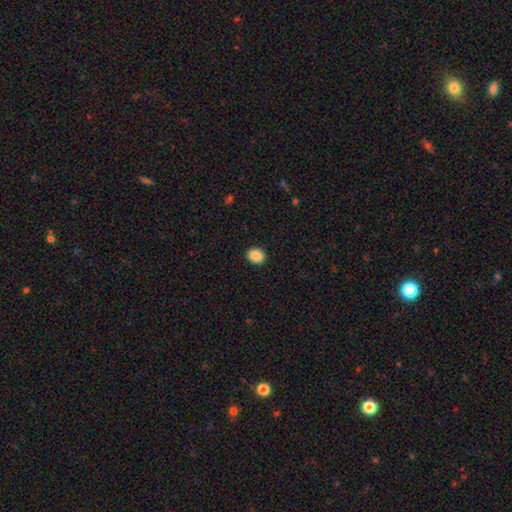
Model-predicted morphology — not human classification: Smooth or featured? Predicted: smooth (p=0.89). How rounded? Predicted: round (p=0.57). Merging? Predicted: none (p=0.91).